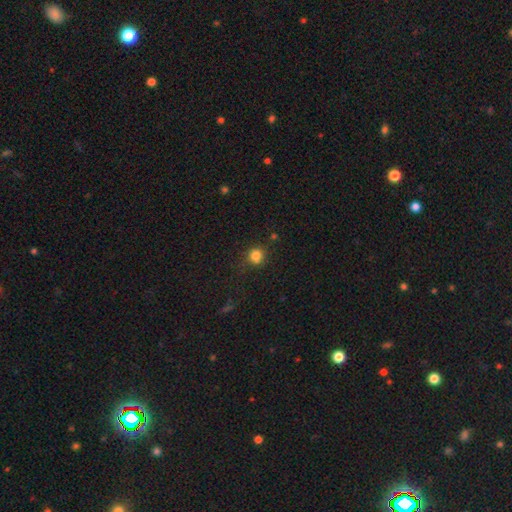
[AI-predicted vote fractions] Smooth or featured? smooth (81%)
How rounded? round (86%)
Merging? none (72%)